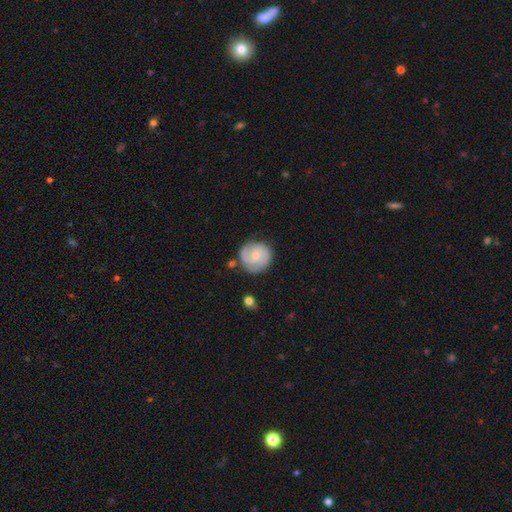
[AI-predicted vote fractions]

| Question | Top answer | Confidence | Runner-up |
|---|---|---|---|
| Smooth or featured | featured or disk | 73% | smooth (21%) |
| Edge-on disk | no | 98% | yes (2%) |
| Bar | no | 66% | weak (30%) |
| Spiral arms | yes | 95% | no (5%) |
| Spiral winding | tight | 56% | medium (35%) |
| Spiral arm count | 2 | 62% | can't tell (13%) |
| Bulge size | small | 59% | moderate (27%) |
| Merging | none | 76% | minor disturbance (15%) |